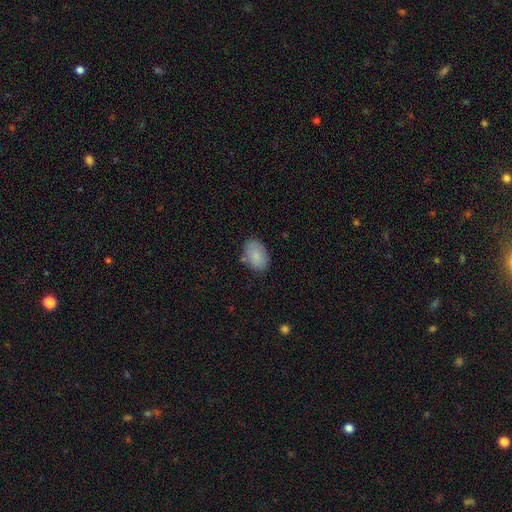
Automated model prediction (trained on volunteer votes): The model was most divided on "merging": none: 75%, minor disturbance: 17%, major disturbance: 4%, merger: 4%. More confident: how rounded — in between (88%); smooth or featured — smooth (85%).